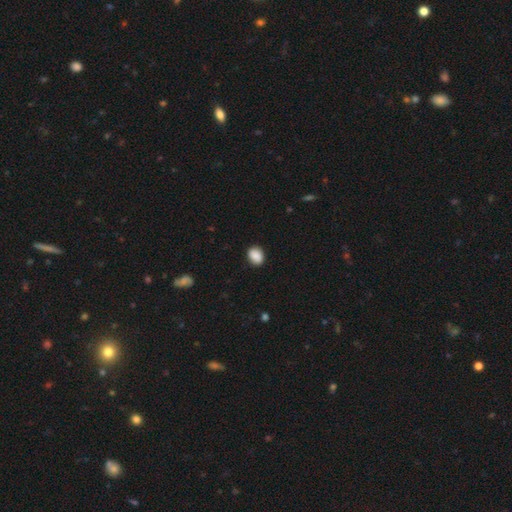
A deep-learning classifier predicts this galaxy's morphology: Q: Smooth or featured?
A: smooth (89%); runner-up: star or artifact (7%)
Q: How rounded?
A: in between (63%); runner-up: round (36%)
Q: Merging?
A: none (87%); runner-up: minor disturbance (10%)